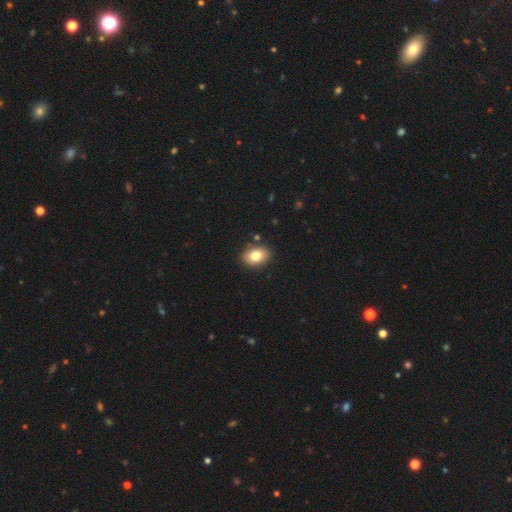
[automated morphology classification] A smooth galaxy with no disk features (80%) that is in between round and cigar-shaped (78%). Merging: none (87%).